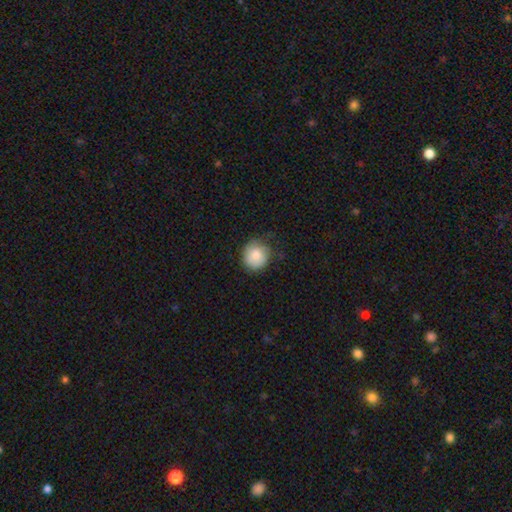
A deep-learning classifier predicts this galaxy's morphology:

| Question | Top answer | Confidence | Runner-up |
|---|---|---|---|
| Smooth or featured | smooth | 81% | featured or disk (12%) |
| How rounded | round | 87% | in between (13%) |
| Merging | none | 61% | minor disturbance (29%) |